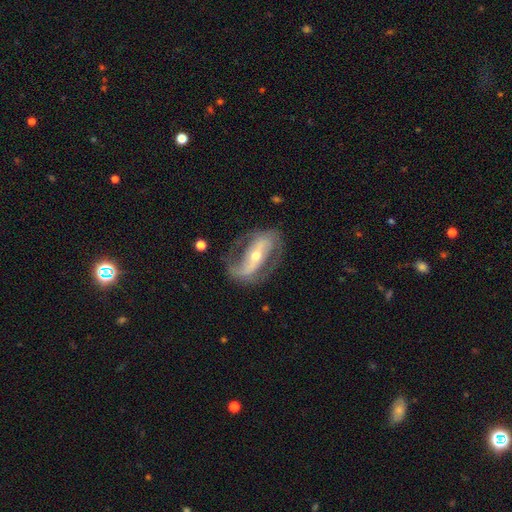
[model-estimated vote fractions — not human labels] Q: Smooth or featured?
A: featured or disk (86%); runner-up: smooth (9%)
Q: Edge-on disk?
A: no (93%); runner-up: yes (7%)
Q: Bar?
A: strong (60%); runner-up: weak (22%)
Q: Spiral arms?
A: yes (89%); runner-up: no (11%)
Q: Spiral winding?
A: medium (45%); runner-up: loose (31%)
Q: Spiral arm count?
A: 2 (85%); runner-up: can't tell (6%)
Q: Bulge size?
A: small (52%); runner-up: moderate (44%)
Q: Merging?
A: none (70%); runner-up: minor disturbance (16%)